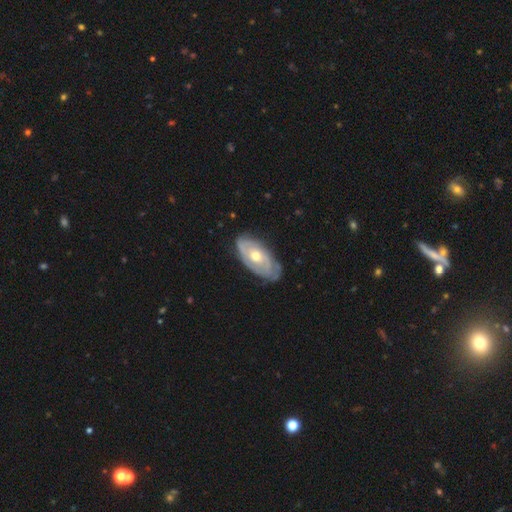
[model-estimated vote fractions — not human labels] This appears to be a featured or disk galaxy (71%) with no bar (80%), spiral arms (73%) and a moderate central bulge (70%). Merging: none (69%).